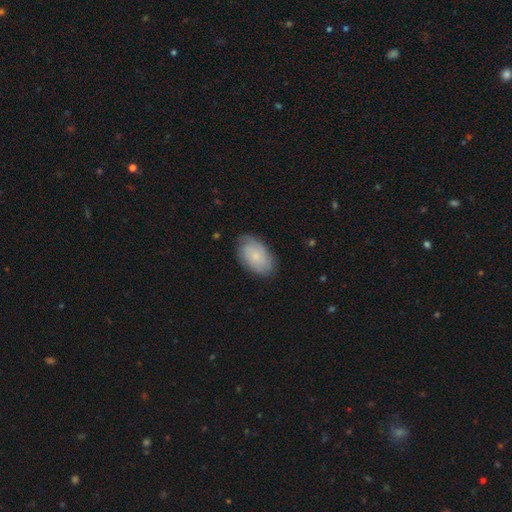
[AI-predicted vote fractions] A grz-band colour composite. It shows a smooth galaxy with no disk features (57%) that is in between round and cigar-shaped (92%). Merging: none (77%).